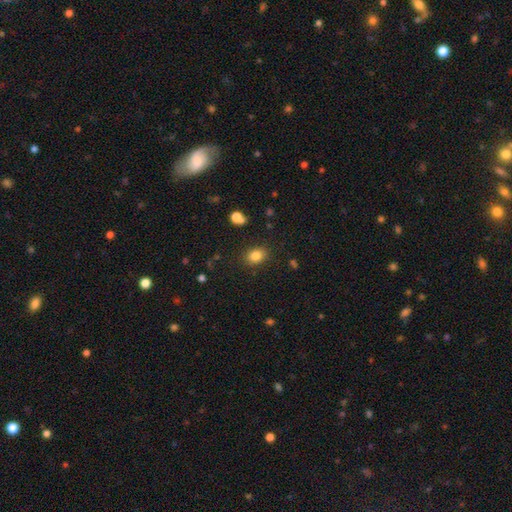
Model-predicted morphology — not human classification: smooth_or_featured: smooth (p=0.83) [alt: star or artifact p=0.11]
how_rounded: in between (p=0.63) [alt: round p=0.36]
merging: none (p=0.84) [alt: minor disturbance p=0.11]